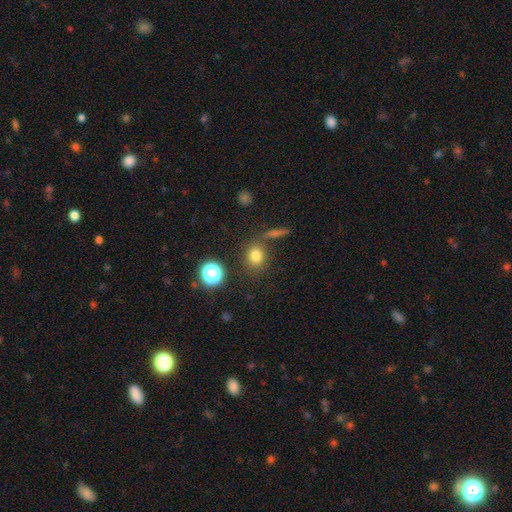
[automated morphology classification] Smooth or featured? Predicted: smooth (p=0.77). How rounded? Predicted: round (p=0.68). Merging? Predicted: none (p=0.76).